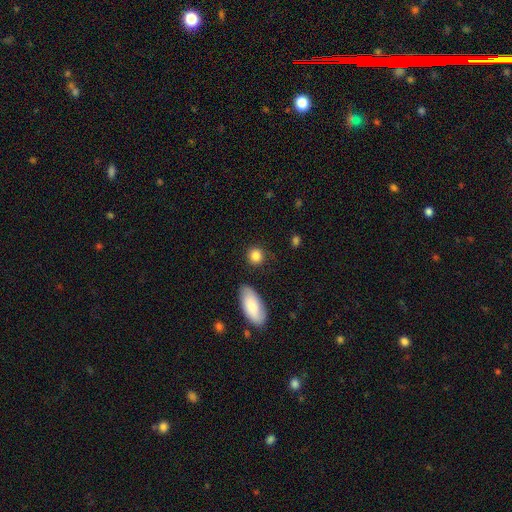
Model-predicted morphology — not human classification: smooth_or_featured: smooth (p=0.85) [alt: star or artifact p=0.09]
how_rounded: round (p=0.81) [alt: in between p=0.17]
merging: none (p=0.83) [alt: minor disturbance p=0.11]